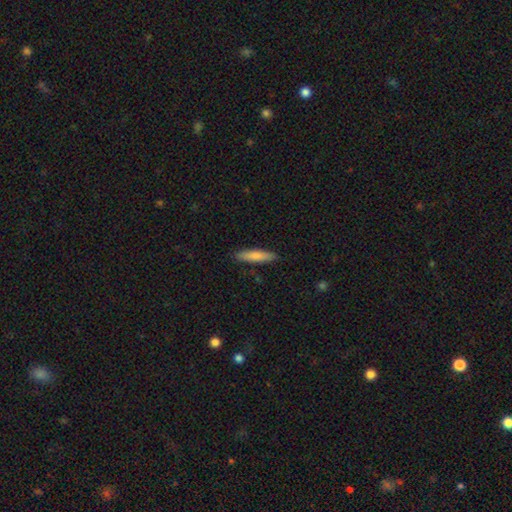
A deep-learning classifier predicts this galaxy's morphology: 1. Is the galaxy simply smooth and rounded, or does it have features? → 78% smooth, 16% featured or disk, 6% star or artifact.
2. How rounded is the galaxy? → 82% cigar-shaped, 16% in between, 1% round.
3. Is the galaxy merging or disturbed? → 89% none, 9% minor disturbance, 2% major disturbance, 1% merger.